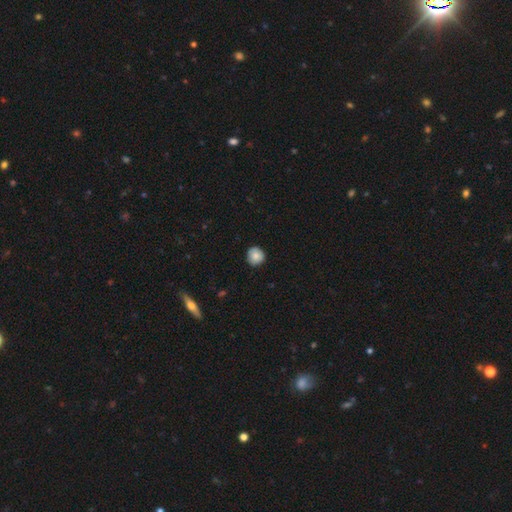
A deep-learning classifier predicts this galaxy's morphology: Overall: smooth (84%). How rounded: round (93%). Merging: none (86%).